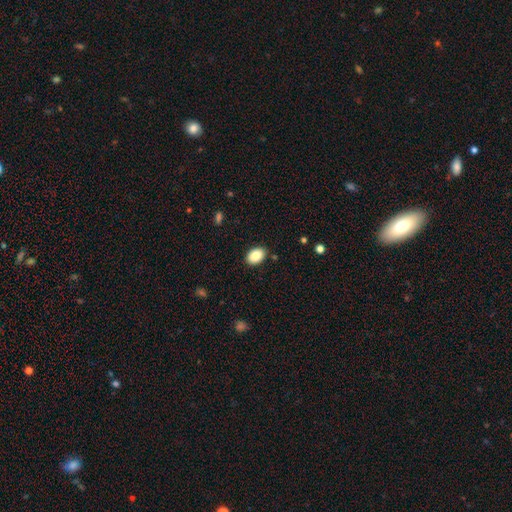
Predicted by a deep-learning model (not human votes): Morphology: type=smooth (87%); roundness=in between (83%); merging=none (88%).